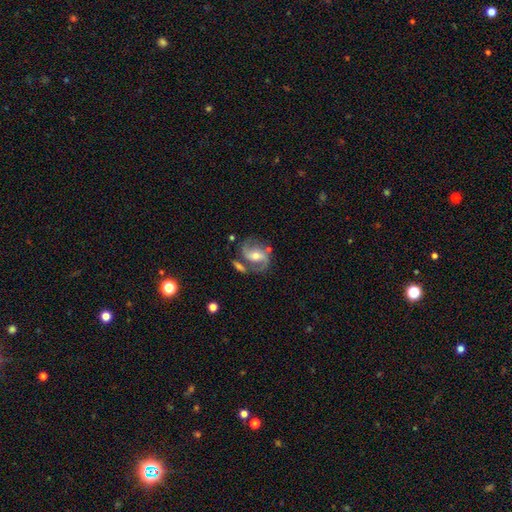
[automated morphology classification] Q: Smooth or featured?
A: featured or disk (82%); runner-up: smooth (11%)
Q: Edge-on disk?
A: no (97%); runner-up: yes (3%)
Q: Bar?
A: weak (39%); runner-up: no (37%)
Q: Spiral arms?
A: yes (94%); runner-up: no (6%)
Q: Spiral winding?
A: medium (53%); runner-up: loose (28%)
Q: Spiral arm count?
A: 2 (87%); runner-up: can't tell (5%)
Q: Bulge size?
A: moderate (59%); runner-up: small (35%)
Q: Merging?
A: none (61%); runner-up: minor disturbance (17%)